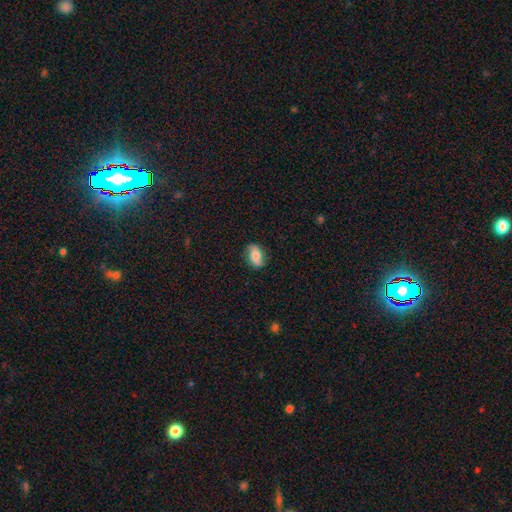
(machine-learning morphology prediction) Overall: smooth (65%; featured or disk 27%). How rounded: in between (87%). Merging: none (81%).